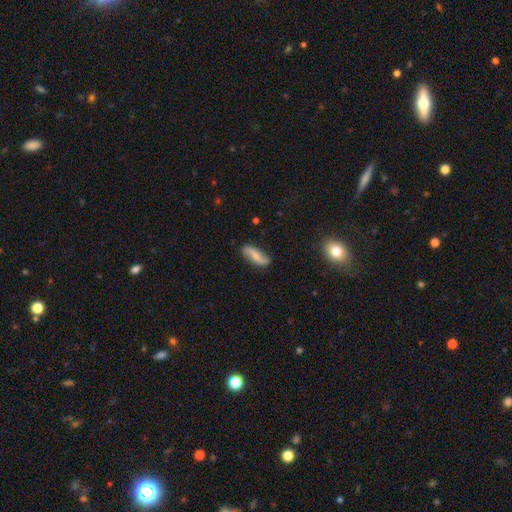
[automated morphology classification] type=featured or disk (51%); edge-on=no (88%); merging=none (80%).